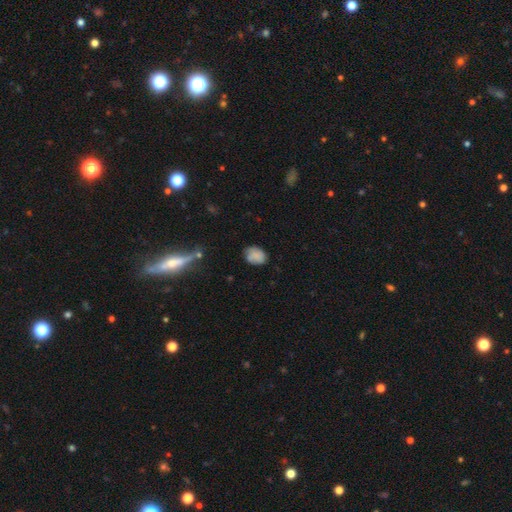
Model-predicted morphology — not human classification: The model was most divided on "how rounded": in between: 63%, round: 35%, cigar-shaped: 1%. More confident: smooth or featured — smooth (74%); merging — none (64%).